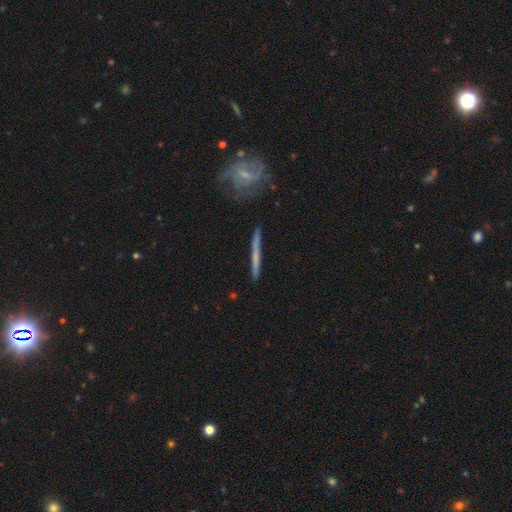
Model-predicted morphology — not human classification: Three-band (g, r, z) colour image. It shows a featured or disk galaxy (56%) viewed edge-on (93%) with no central bulge (81%). Merging: none (86%).